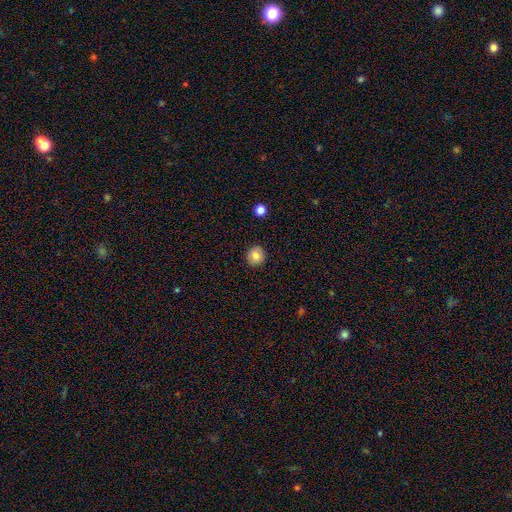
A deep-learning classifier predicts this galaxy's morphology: smooth 82%, star or artifact 9%, featured or disk 9%. Down the decision tree: how rounded — round (93%); merging — none (92%).